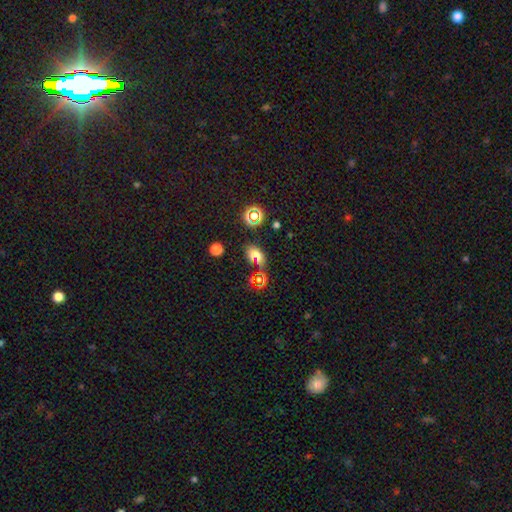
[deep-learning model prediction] This appears to be a smooth galaxy with no disk features (59%) that is in between round and cigar-shaped (71%). Merging: none (60%).